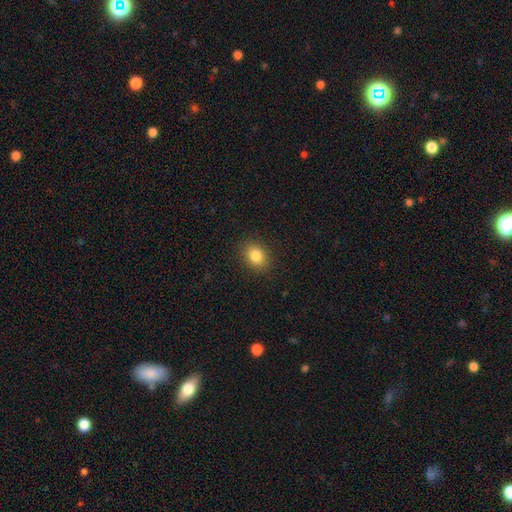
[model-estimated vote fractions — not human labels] Morphology: type=smooth (84%); roundness=in between (59%); merging=none (89%).